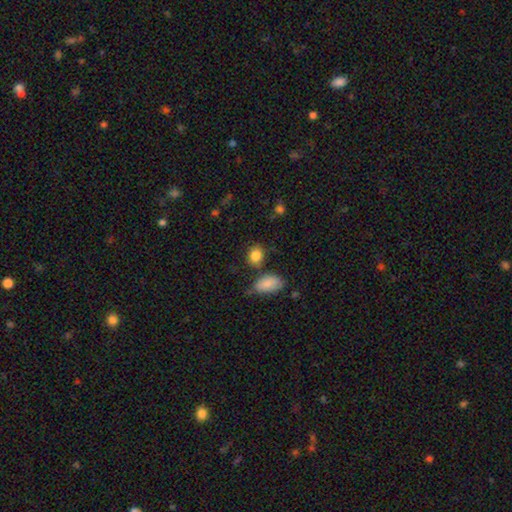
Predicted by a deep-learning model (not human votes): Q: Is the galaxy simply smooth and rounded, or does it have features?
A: smooth — 85%.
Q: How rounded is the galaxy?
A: in between — 50%.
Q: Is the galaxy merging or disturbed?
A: none — 72%.